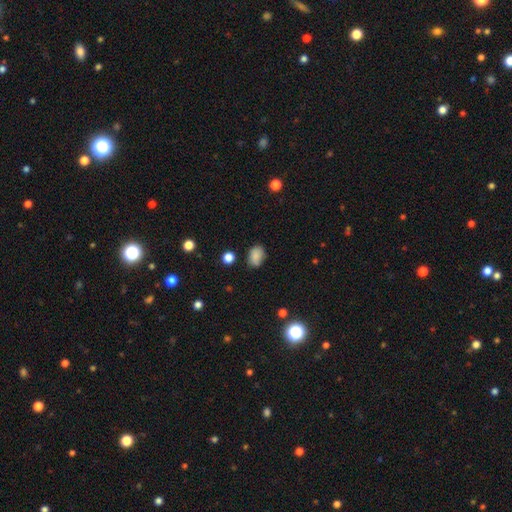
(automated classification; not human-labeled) Smooth or featured?
  - smooth: 86% *
  - star or artifact: 10%
  - featured or disk: 5%
How rounded?
  - in between: 79% *
  - round: 20%
  - cigar-shaped: 1%
Merging?
  - none: 81% *
  - minor disturbance: 15%
  - major disturbance: 3%
  - merger: 2%